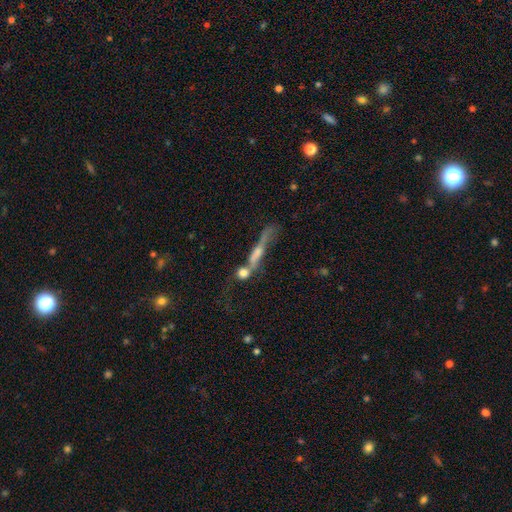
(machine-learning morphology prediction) featured or disk 58%, smooth 27%, star or artifact 15%. Down the decision tree: edge-on disk — yes (74%); merging — none (34%).